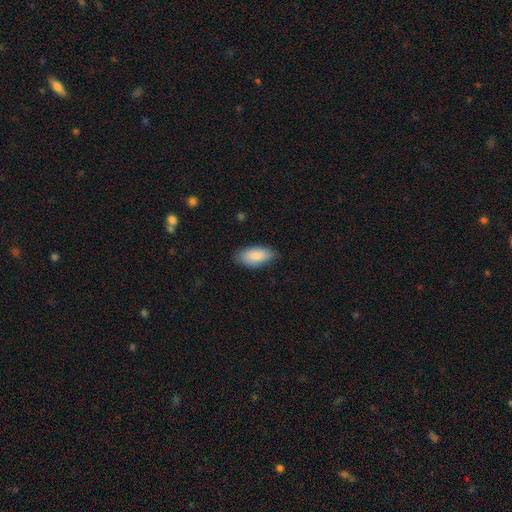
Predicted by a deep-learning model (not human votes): This appears to be a smooth galaxy with no disk features (86%) that is in between round and cigar-shaped (92%). Merging: none (80%).